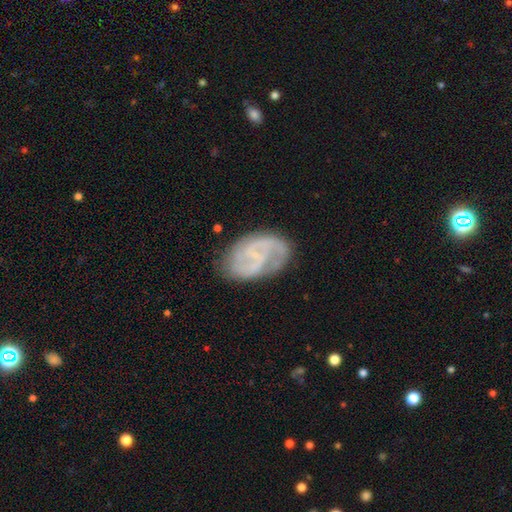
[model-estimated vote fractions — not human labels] This is likely a featured or disk galaxy (79%). It is clearly not viewed edge-on (97%). Bar: possibly no (47%). Spiral arm pattern: clearly yes (93%). Spiral arm count: possibly 2 (59%). Spiral winding: marginally medium (44%). Central bulge: possibly small (52%). Merging: likely none (73%).